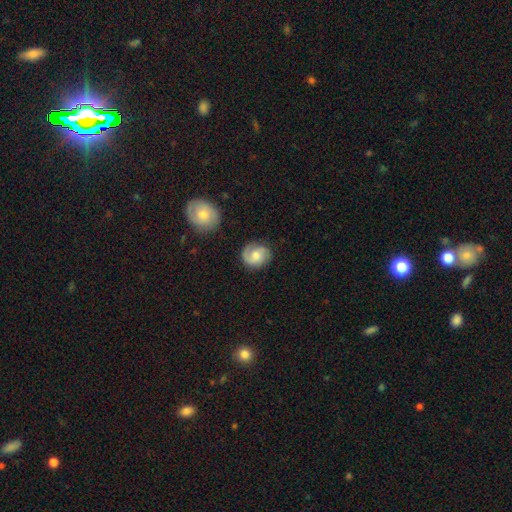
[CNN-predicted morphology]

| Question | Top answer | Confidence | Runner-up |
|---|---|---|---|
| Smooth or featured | featured or disk | 58% | smooth (35%) |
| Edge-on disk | no | 98% | yes (2%) |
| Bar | no | 63% | weak (33%) |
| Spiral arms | yes | 92% | no (8%) |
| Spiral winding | medium | 42% | tight (38%) |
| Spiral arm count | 2 | 67% | 1 (17%) |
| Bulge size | moderate | 58% | small (27%) |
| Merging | none | 75% | minor disturbance (17%) |